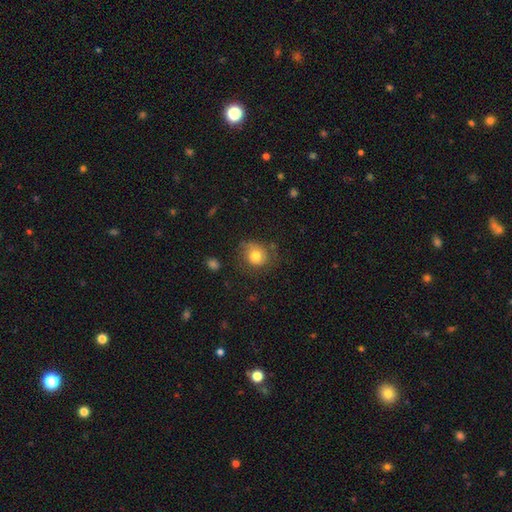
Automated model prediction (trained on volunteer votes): smooth-or-featured: smooth: 73% | featured or disk: 17% | star or artifact: 10%
  how-rounded: round: 74% | in between: 25% | cigar-shaped: 1%
  merging: none: 60% | minor disturbance: 26% | major disturbance: 11% | merger: 2%